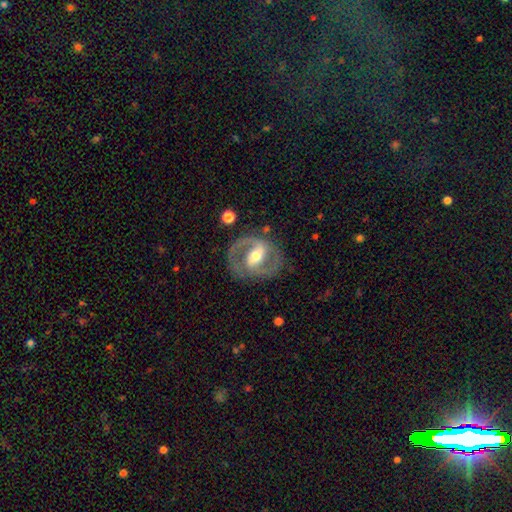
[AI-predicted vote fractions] Smooth or featured? Predicted: featured or disk (p=0.84). Edge-on disk? Predicted: no (p=0.97). Bar? Predicted: strong (p=0.45). Spiral arms? Predicted: yes (p=0.86). Spiral winding? Predicted: medium (p=0.56). Spiral arm count? Predicted: 2 (p=0.87). Bulge size? Predicted: moderate (p=0.67). Merging? Predicted: none (p=0.79).